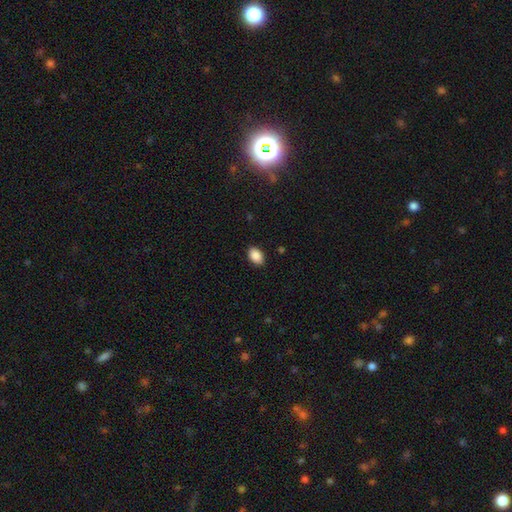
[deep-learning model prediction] Smooth or featured: smooth — 89% (star or artifact — 8%)
How rounded: in between — 88% (round — 11%)
Merging: none — 89% (minor disturbance — 8%)